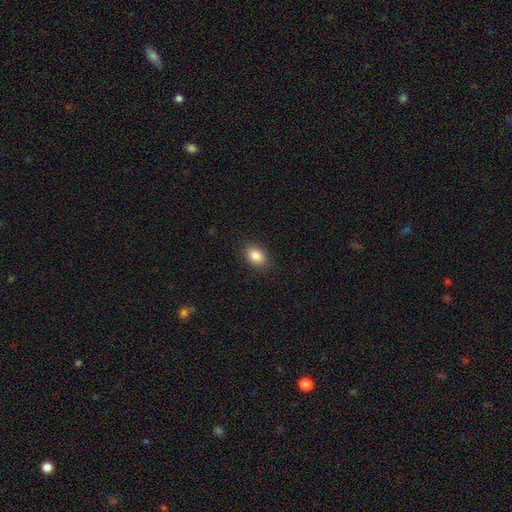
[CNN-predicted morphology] type=smooth (87%); roundness=in between (78%); merging=none (88%).